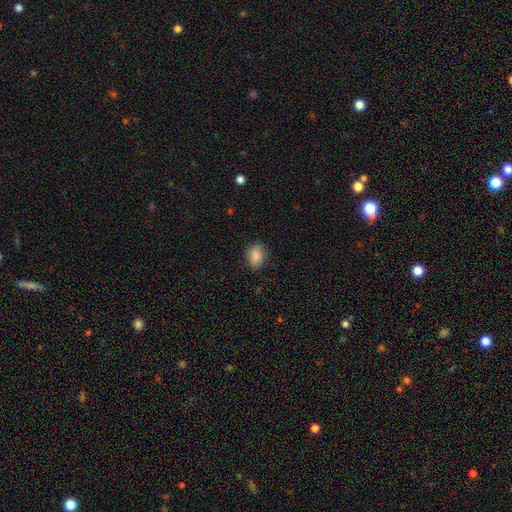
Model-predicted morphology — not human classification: Smooth or featured? smooth (87%)
How rounded? in between (75%)
Merging? none (81%)